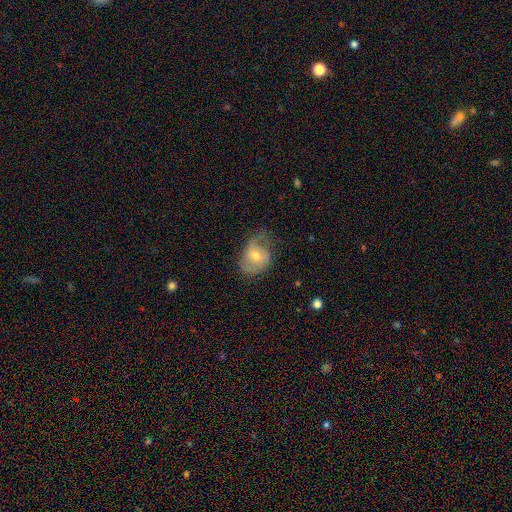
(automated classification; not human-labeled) Q: Smooth or featured?
A: featured or disk (51%); runner-up: smooth (42%)
Q: Edge-on disk?
A: no (96%); runner-up: yes (4%)
Q: Merging?
A: none (43%); runner-up: minor disturbance (33%)